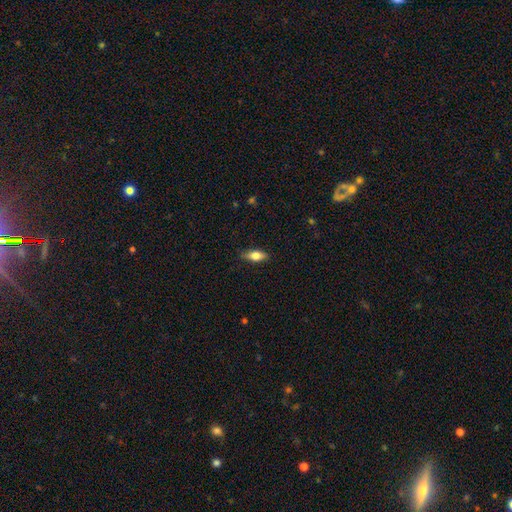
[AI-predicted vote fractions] A smooth galaxy with no disk features (68%) that is in between round and cigar-shaped (75%).

Vote fractions:
- Smooth or featured? smooth: 68% / featured or disk: 25% / star or artifact: 7%
- How rounded? in between: 75% / cigar-shaped: 22% / round: 4%
- Merging? none: 84% / minor disturbance: 12% / major disturbance: 2% / merger: 1%